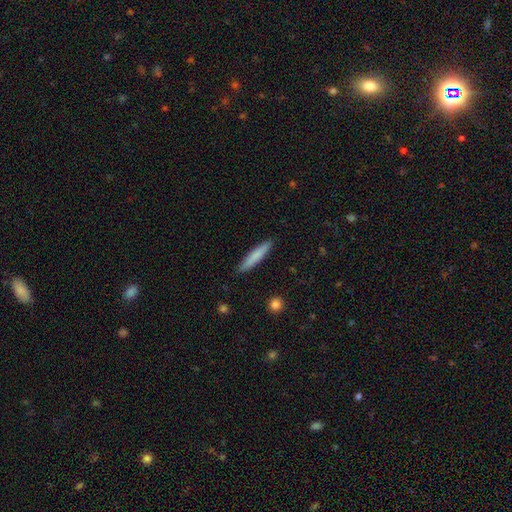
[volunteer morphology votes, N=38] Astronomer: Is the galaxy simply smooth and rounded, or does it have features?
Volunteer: smooth — 74%.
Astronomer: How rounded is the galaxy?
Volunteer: cigar-shaped — 93%.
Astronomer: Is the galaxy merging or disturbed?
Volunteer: none — 95%.